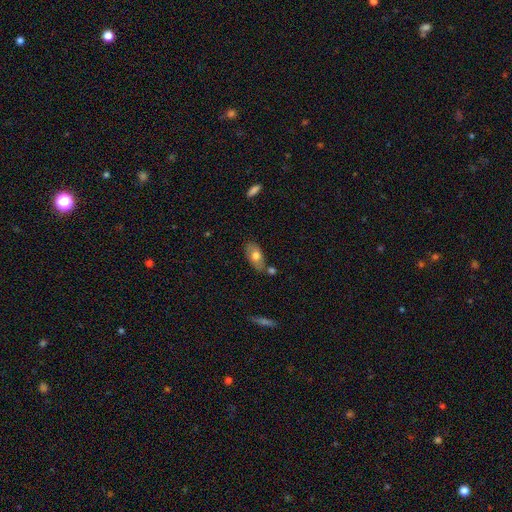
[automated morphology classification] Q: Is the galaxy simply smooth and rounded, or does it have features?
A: smooth — 70%.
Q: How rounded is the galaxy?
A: in between — 90%.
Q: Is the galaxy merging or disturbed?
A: none — 63%.